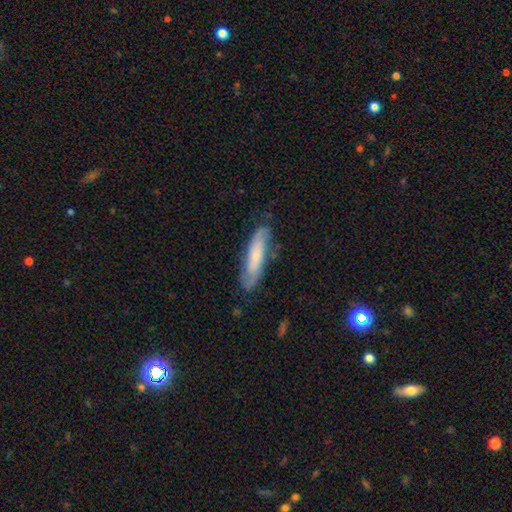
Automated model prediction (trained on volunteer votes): Smooth or featured: featured or disk — 47% (smooth — 46%)
Merging: none — 73% (minor disturbance — 20%)